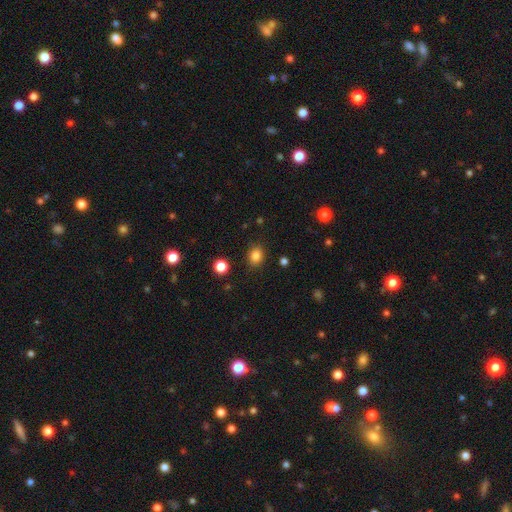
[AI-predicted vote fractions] Smooth or featured: smooth — 84% (star or artifact — 12%)
How rounded: round — 55% (in between — 44%)
Merging: none — 86% (minor disturbance — 9%)